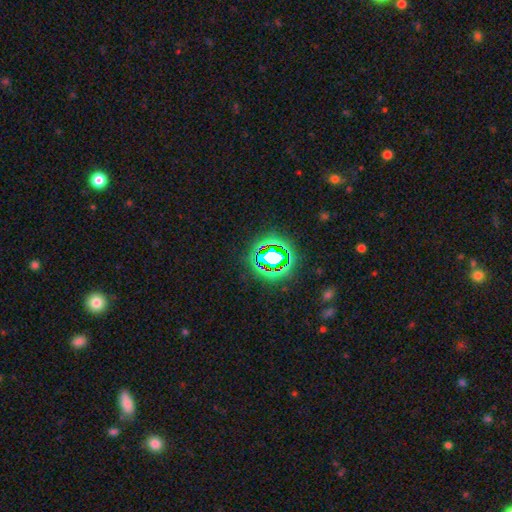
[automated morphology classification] type=star or artifact (78%).